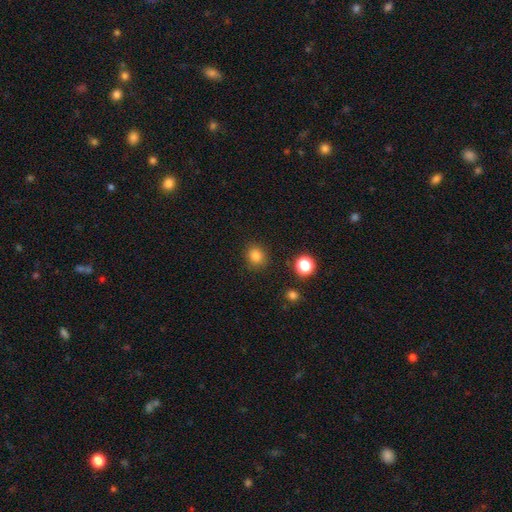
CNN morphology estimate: smooth 83%, star or artifact 13%, featured or disk 4%. Down the decision tree: how rounded — round (78%); merging — none (88%).